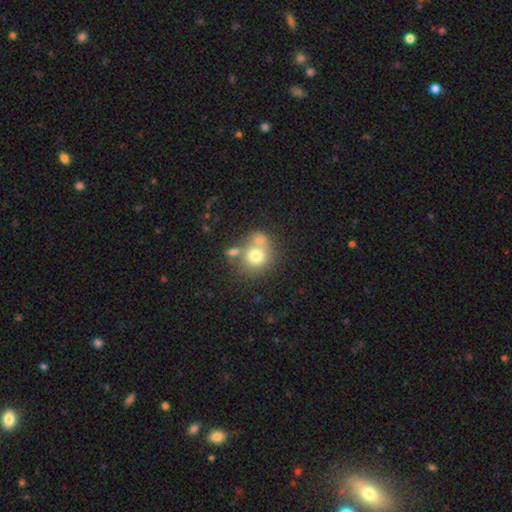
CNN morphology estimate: smooth 71%, featured or disk 17%, star or artifact 12%. Down the decision tree: how rounded — round (79%); merging — none (47%).